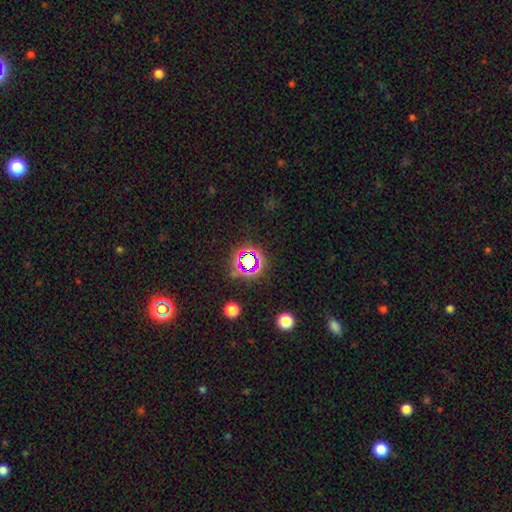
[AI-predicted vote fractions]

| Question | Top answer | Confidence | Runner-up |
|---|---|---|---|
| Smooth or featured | star or artifact | 71% | smooth (19%) |